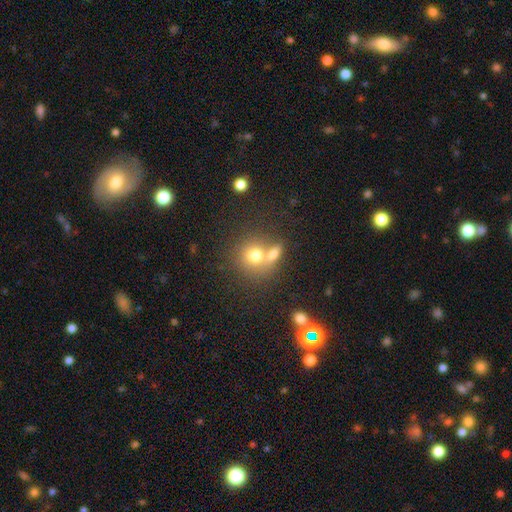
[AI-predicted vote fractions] Morphology: type=smooth (73%); roundness=round (75%); merging=merger (52%).